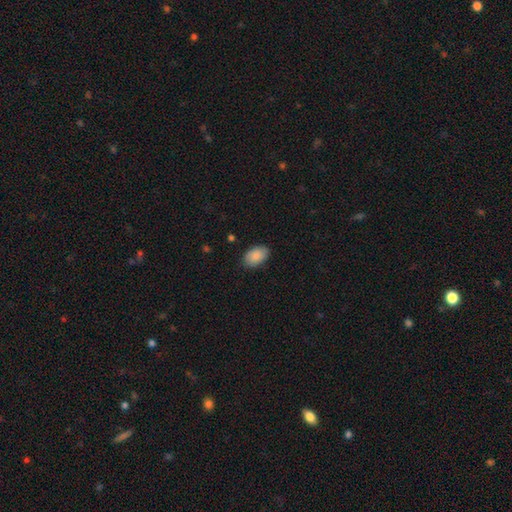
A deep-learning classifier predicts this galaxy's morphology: Q: Smooth or featured?
A: smooth (88%); runner-up: star or artifact (6%)
Q: How rounded?
A: in between (91%); runner-up: round (8%)
Q: Merging?
A: none (84%); runner-up: minor disturbance (12%)